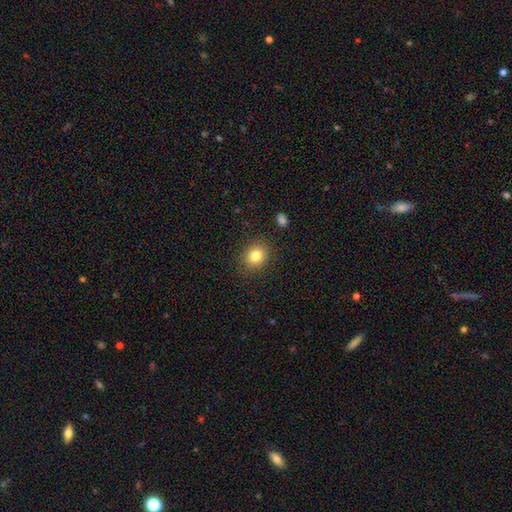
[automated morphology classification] Smooth or featured?
  - smooth: 81% *
  - star or artifact: 11%
  - featured or disk: 8%
How rounded?
  - round: 65% *
  - in between: 34%
  - cigar-shaped: 1%
Merging?
  - none: 87% *
  - minor disturbance: 9%
  - major disturbance: 3%
  - merger: 1%